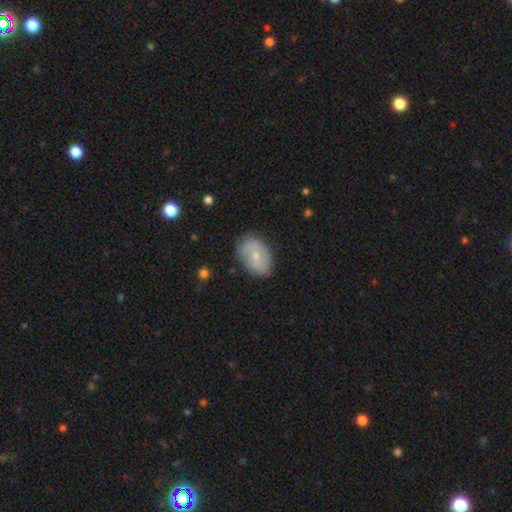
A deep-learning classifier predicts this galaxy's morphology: A smooth galaxy with no disk features (49%). Merging: none (76%).